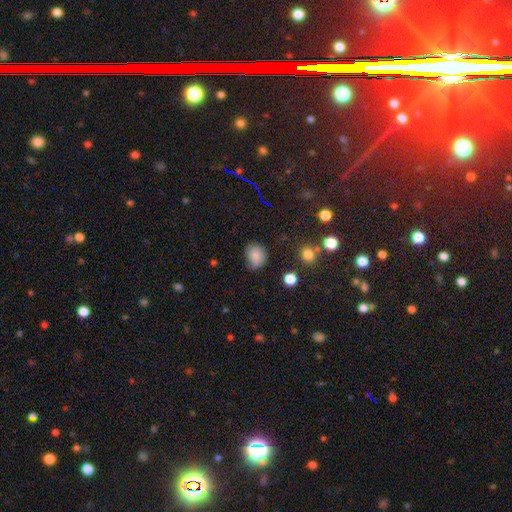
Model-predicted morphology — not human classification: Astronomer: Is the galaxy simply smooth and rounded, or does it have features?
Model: smooth — 82%.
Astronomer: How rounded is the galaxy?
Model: round — 56% (runner-up: in between, 43%).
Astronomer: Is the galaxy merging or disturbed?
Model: none — 69%.